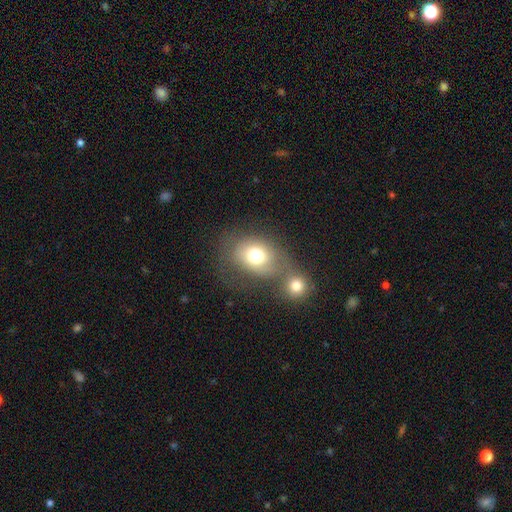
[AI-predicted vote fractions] Smooth or featured? smooth (71%)
How rounded? in between (53%)
Merging? merger (53%)